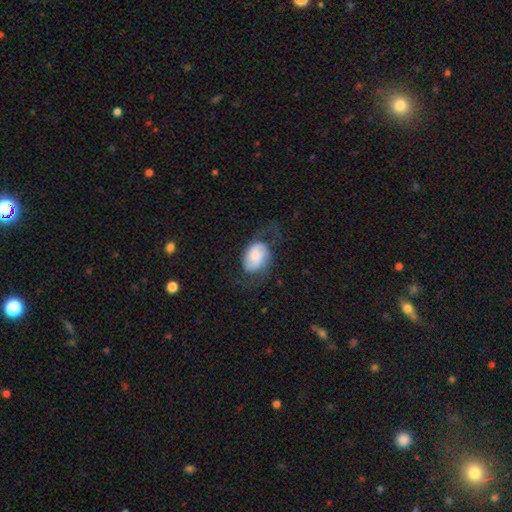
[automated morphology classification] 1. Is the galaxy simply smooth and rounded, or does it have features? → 57% smooth, 35% featured or disk, 8% star or artifact.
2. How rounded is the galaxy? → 80% in between, 19% round, 1% cigar-shaped.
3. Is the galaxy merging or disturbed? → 44% none, 28% major disturbance, 27% minor disturbance, 2% merger.